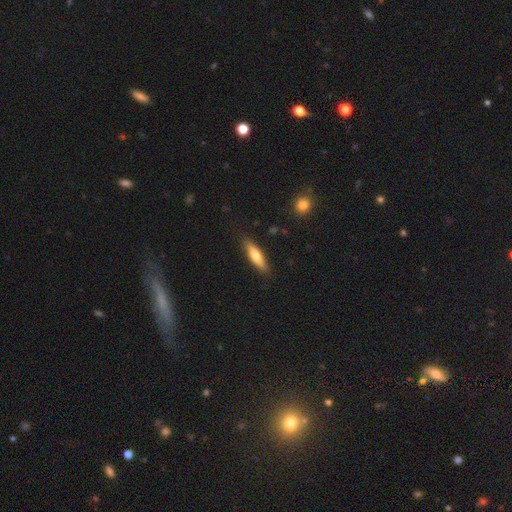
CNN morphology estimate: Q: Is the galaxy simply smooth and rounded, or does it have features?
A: smooth — 62%.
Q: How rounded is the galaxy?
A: cigar-shaped — 69%.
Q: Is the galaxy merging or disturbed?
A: none — 87%.